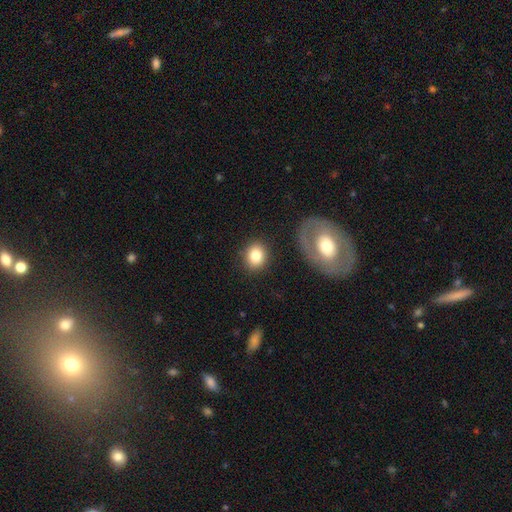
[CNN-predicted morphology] Overall: smooth (82%). How rounded: round (67%; in between 32%). Merging: none (85%).